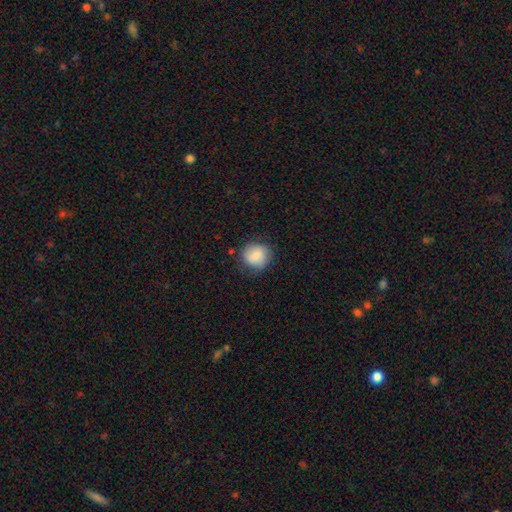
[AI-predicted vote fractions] Q: Smooth or featured?
A: smooth (84%); runner-up: featured or disk (9%)
Q: How rounded?
A: round (86%); runner-up: in between (13%)
Q: Merging?
A: none (74%); runner-up: minor disturbance (19%)